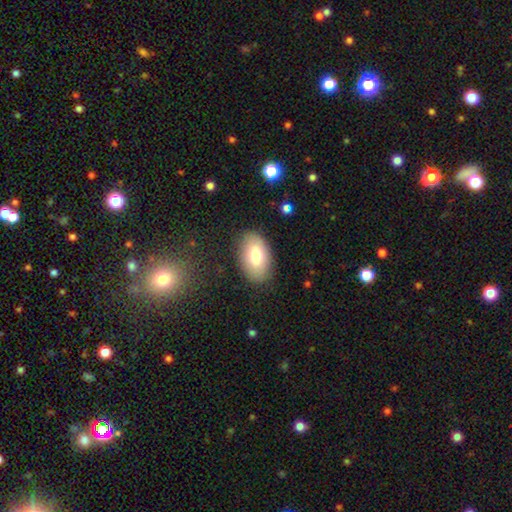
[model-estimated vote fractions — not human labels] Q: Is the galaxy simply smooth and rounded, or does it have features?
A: smooth — 75%.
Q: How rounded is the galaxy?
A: in between — 93%.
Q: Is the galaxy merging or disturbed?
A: none — 85%.